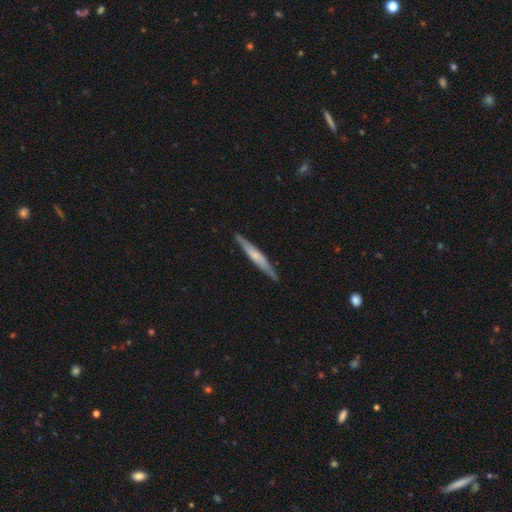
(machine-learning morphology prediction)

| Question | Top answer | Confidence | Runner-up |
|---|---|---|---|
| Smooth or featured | featured or disk | 51% | smooth (44%) |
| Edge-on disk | yes | 92% | no (8%) |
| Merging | none | 85% | minor disturbance (11%) |